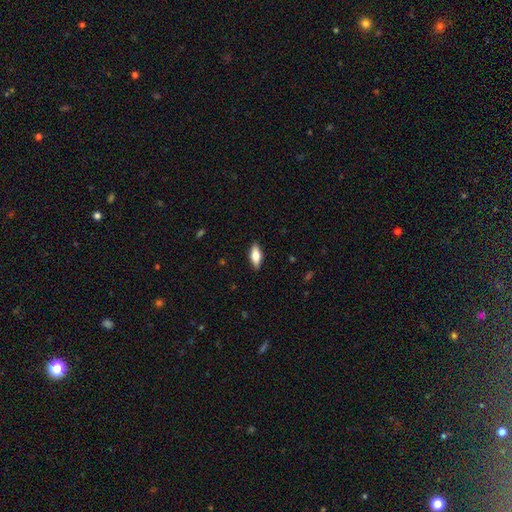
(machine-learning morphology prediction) A smooth galaxy with no disk features (66%) that is in between round and cigar-shaped (75%). Merging: none (87%).